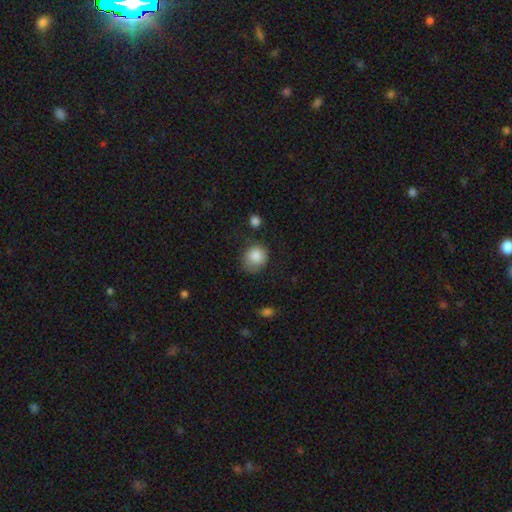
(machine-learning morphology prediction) Overall: smooth (85%). How rounded: round (77%). Merging: none (63%; minor disturbance 26%).